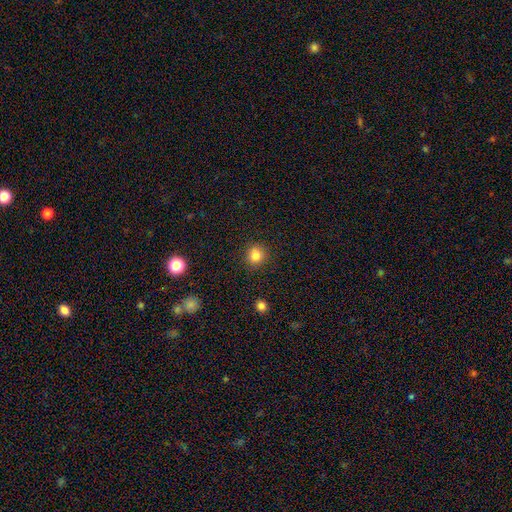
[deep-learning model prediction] smooth 82%, star or artifact 12%, featured or disk 6%. Down the decision tree: how rounded — round (89%); merging — none (90%).